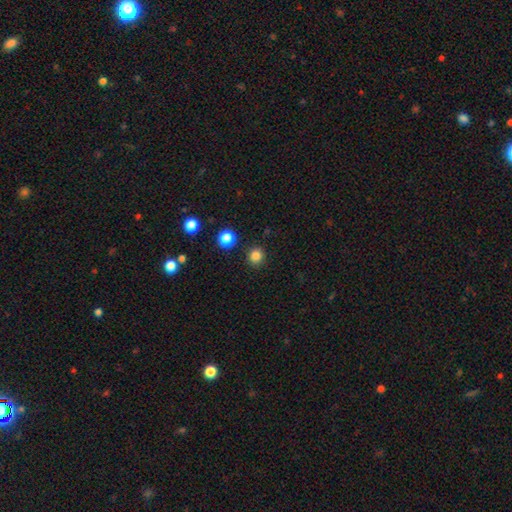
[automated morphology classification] The model was most divided on "smooth or featured": smooth: 83%, star or artifact: 13%, featured or disk: 4%. More confident: how rounded — round (91%); merging — none (91%).